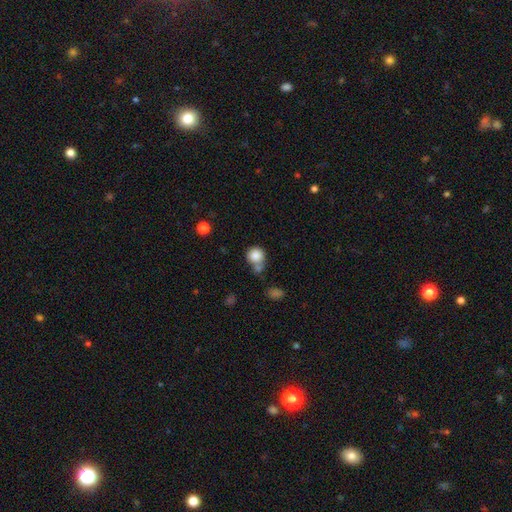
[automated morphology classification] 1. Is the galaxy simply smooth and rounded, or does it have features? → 84% smooth, 9% star or artifact, 6% featured or disk.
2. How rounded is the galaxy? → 87% round, 12% in between, 1% cigar-shaped.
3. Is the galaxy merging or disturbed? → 50% none, 30% merger, 14% minor disturbance, 6% major disturbance.